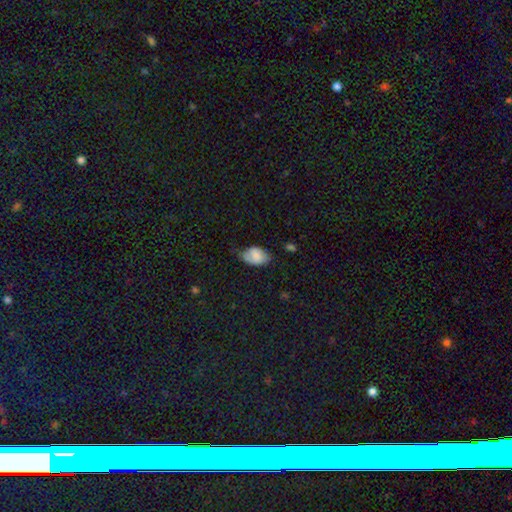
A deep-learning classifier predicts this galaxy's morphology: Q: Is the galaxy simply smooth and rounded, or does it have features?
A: smooth — 73%.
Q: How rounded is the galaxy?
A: in between — 88%.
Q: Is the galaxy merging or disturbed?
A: none — 49%.